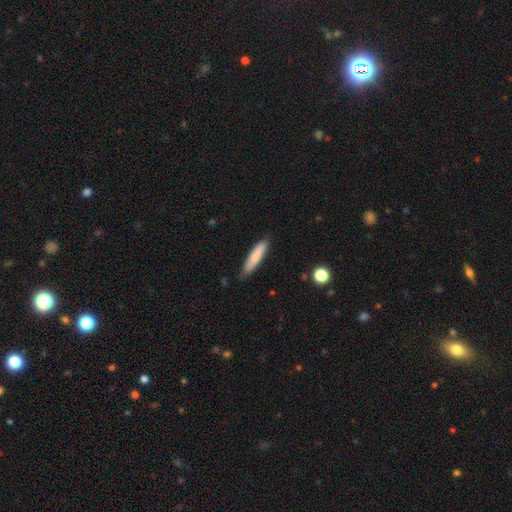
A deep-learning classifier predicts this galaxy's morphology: Smooth or featured?
  - smooth: 80% *
  - featured or disk: 14%
  - star or artifact: 6%
How rounded?
  - cigar-shaped: 83% *
  - in between: 15%
  - round: 1%
Merging?
  - none: 78% *
  - minor disturbance: 18%
  - major disturbance: 2%
  - merger: 1%